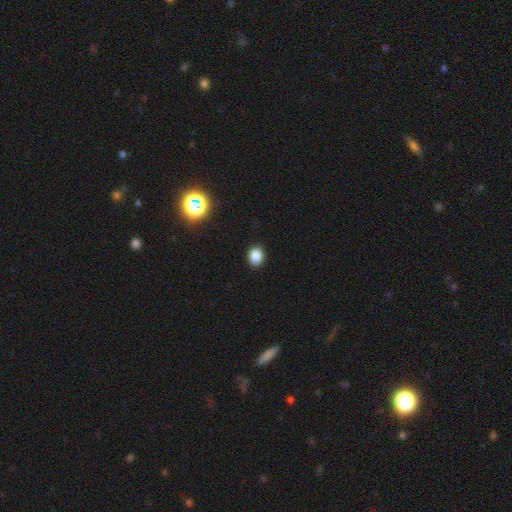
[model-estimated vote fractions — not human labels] smooth_or_featured: smooth (p=0.85) [alt: star or artifact p=0.11]
how_rounded: round (p=0.54) [alt: in between p=0.45]
merging: none (p=0.90) [alt: minor disturbance p=0.07]